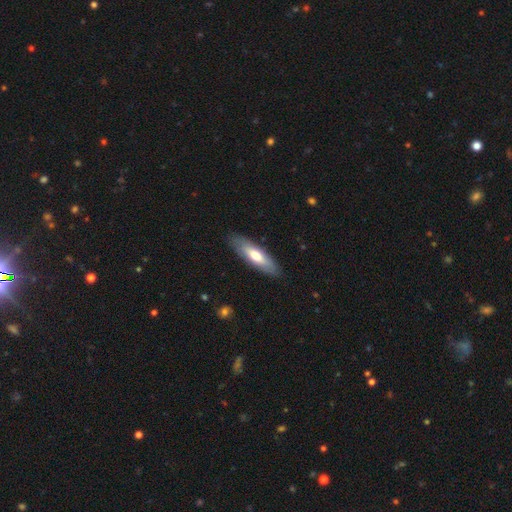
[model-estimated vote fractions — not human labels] smooth_or_featured: smooth (p=0.63) [alt: featured or disk p=0.32]
how_rounded: cigar-shaped (p=0.51) [alt: in between p=0.47]
merging: none (p=0.87) [alt: minor disturbance p=0.10]